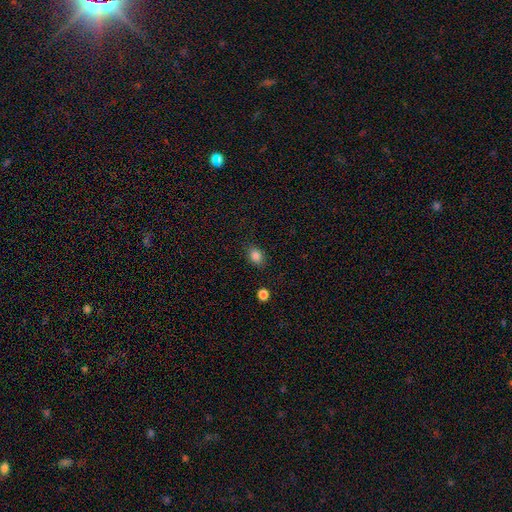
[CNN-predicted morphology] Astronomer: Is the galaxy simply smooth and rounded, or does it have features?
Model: smooth — 84%.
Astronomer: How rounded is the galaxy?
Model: in between — 62%.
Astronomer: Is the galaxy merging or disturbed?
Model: none — 84%.